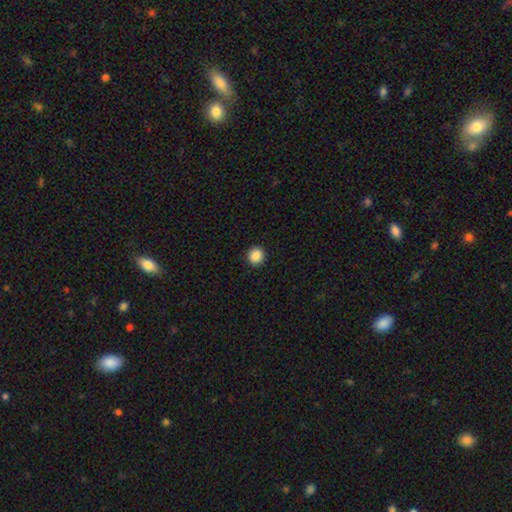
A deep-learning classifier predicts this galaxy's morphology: Smooth or featured: smooth — 88% (star or artifact — 9%)
How rounded: round — 89% (in between — 10%)
Merging: none — 93% (minor disturbance — 5%)